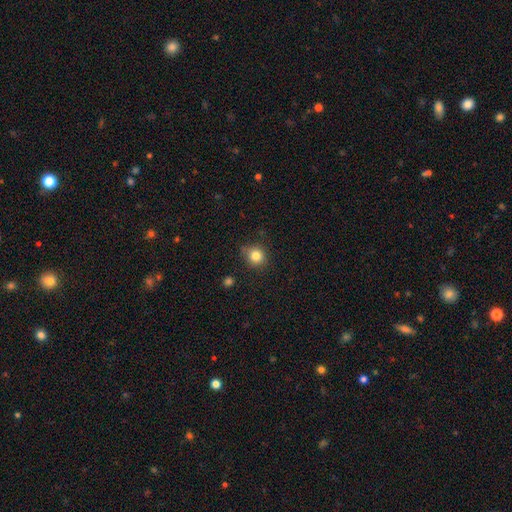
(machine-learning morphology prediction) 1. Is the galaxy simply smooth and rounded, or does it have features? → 82% smooth, 11% star or artifact, 6% featured or disk.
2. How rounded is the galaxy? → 88% round, 11% in between, 1% cigar-shaped.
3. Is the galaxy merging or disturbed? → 80% none, 14% minor disturbance, 3% major disturbance, 3% merger.